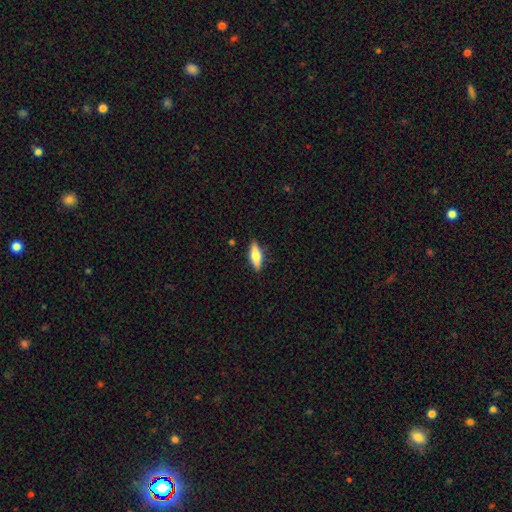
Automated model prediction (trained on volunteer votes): Overall: smooth (63%; featured or disk 30%). How rounded: in between (58%; cigar-shaped 39%). Merging: none (87%).